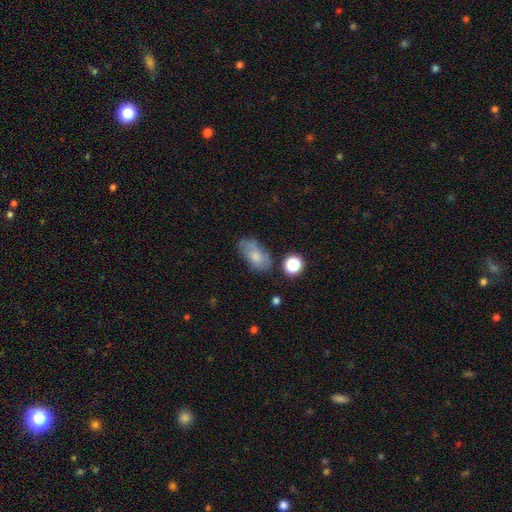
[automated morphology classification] Smooth or featured? Predicted: smooth (p=0.72). How rounded? Predicted: in between (p=0.91). Merging? Predicted: none (p=0.58).